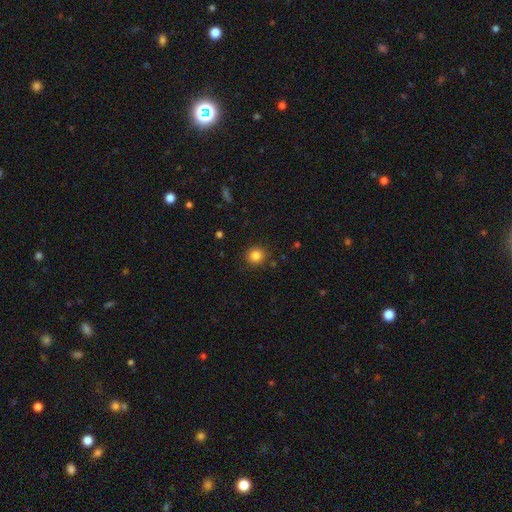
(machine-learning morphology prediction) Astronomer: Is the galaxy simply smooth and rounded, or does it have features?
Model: smooth — 83%.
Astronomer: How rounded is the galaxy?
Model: round — 89%.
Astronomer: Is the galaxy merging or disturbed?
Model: none — 89%.